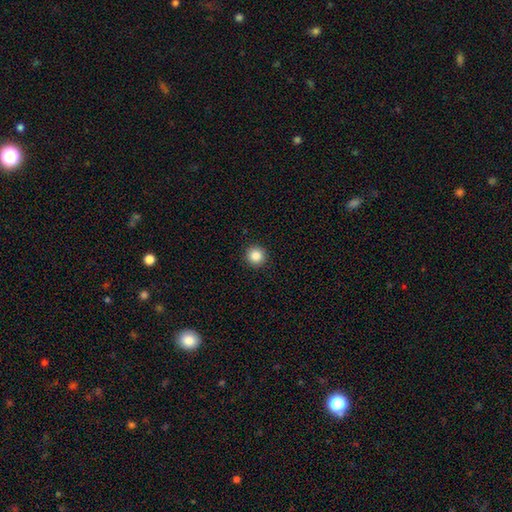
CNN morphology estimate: Overall: smooth (86%). How rounded: round (95%). Merging: none (93%).